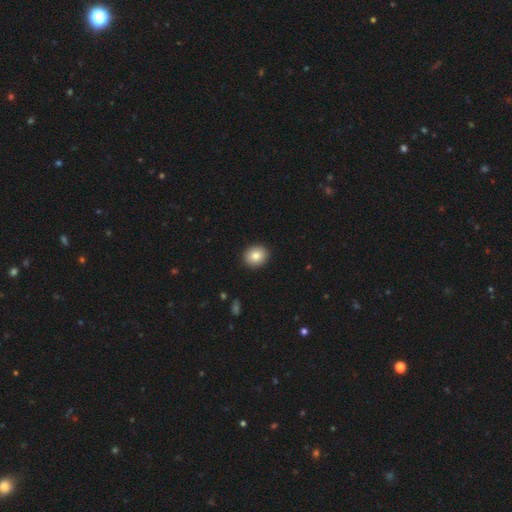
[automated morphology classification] Smooth or featured?
  - smooth: 84% *
  - star or artifact: 9%
  - featured or disk: 8%
How rounded?
  - round: 71% *
  - in between: 28%
  - cigar-shaped: 1%
Merging?
  - none: 91% *
  - minor disturbance: 6%
  - major disturbance: 2%
  - merger: 1%